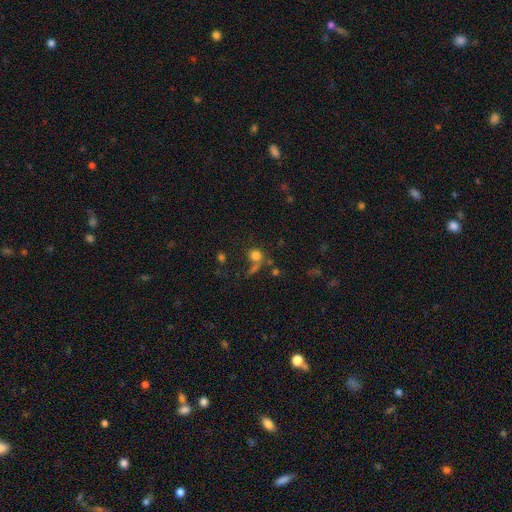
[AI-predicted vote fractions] Smooth or featured: smooth — 75% (star or artifact — 14%)
How rounded: round — 83% (in between — 16%)
Merging: none — 47% (merger — 22%)